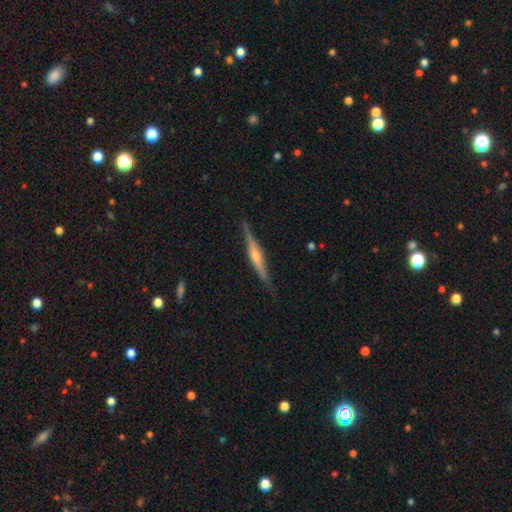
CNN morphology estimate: type=featured or disk (76%); edge-on=yes (98%); edge-on bulge=rounded (77%); merging=none (85%).